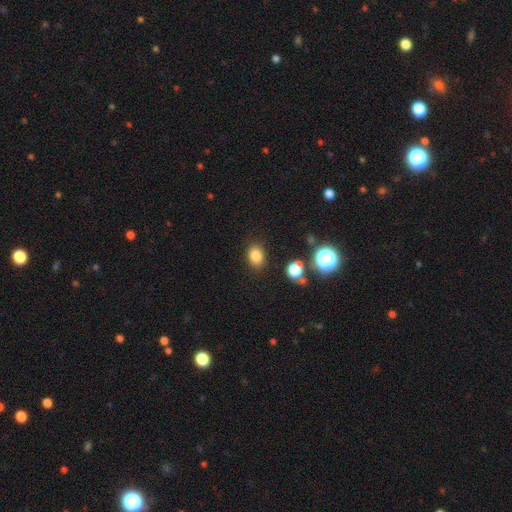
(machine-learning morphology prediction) Smooth or featured? Predicted: smooth (p=0.81). How rounded? Predicted: in between (p=0.67). Merging? Predicted: none (p=0.85).